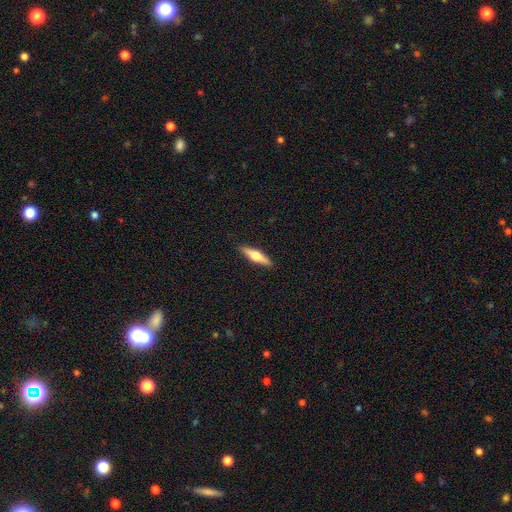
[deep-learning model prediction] Morphology: type=featured or disk (48%); merging=none (90%).